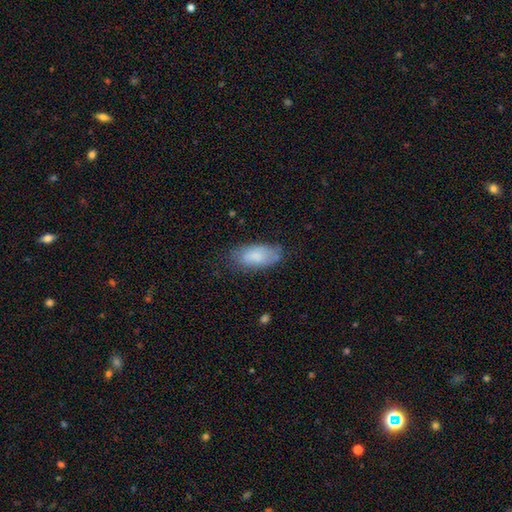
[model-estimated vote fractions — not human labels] Smooth or featured? smooth (77%)
How rounded? in between (88%)
Merging? none (69%)